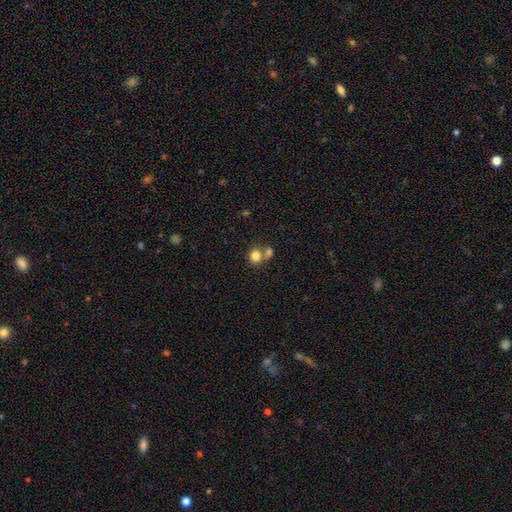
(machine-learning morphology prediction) Overall: smooth (82%). How rounded: round (79%). Merging: none (50%; merger 39%).